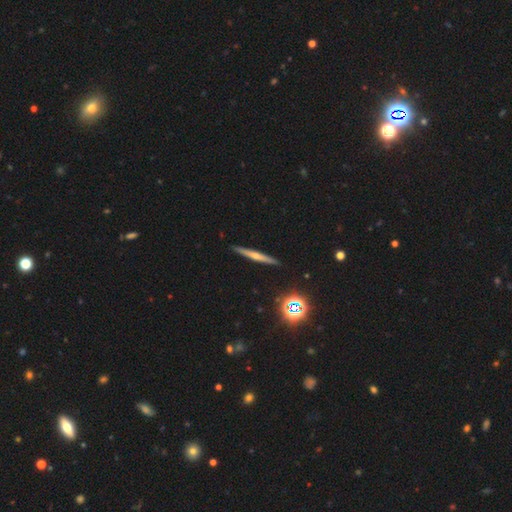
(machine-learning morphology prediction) This appears to be a featured or disk galaxy (56%) viewed edge-on (96%) with a rounded central bulge (66%). Merging: none (90%).